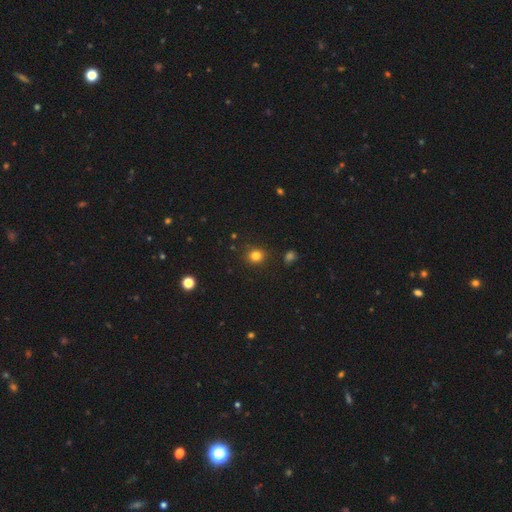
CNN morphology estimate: This is clearly a smooth galaxy (81%). How rounded: likely round (78%). Merging: clearly none (88%).